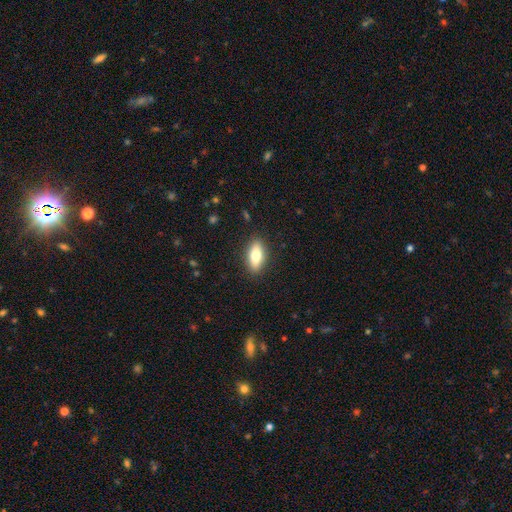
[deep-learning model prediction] smooth 75%, featured or disk 18%, star or artifact 7%. Down the decision tree: how rounded — in between (81%); merging — none (88%).